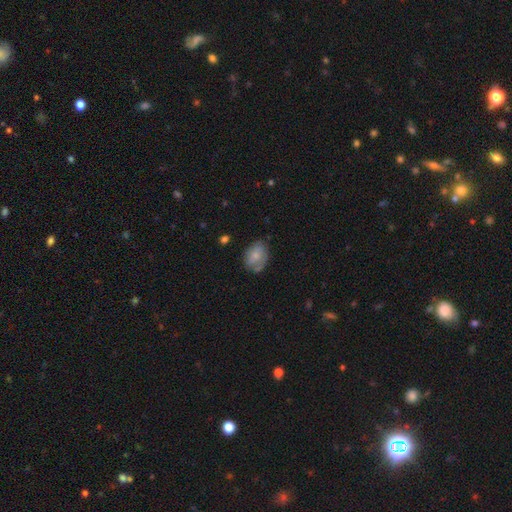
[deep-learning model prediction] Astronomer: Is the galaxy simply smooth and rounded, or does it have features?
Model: smooth — 67%.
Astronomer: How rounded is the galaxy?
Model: in between — 73%.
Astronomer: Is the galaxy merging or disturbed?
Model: none — 60%.